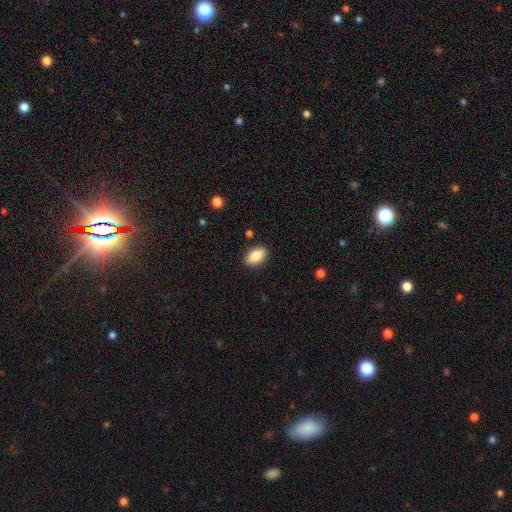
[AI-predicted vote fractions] This is clearly a smooth galaxy (86%). How rounded: clearly in between (91%). Merging: clearly none (88%).